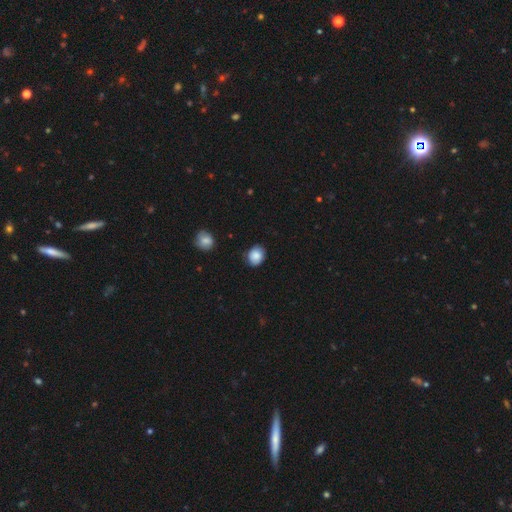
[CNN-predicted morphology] smooth 85%, star or artifact 8%, featured or disk 7%. Down the decision tree: how rounded — round (64%); merging — none (80%).